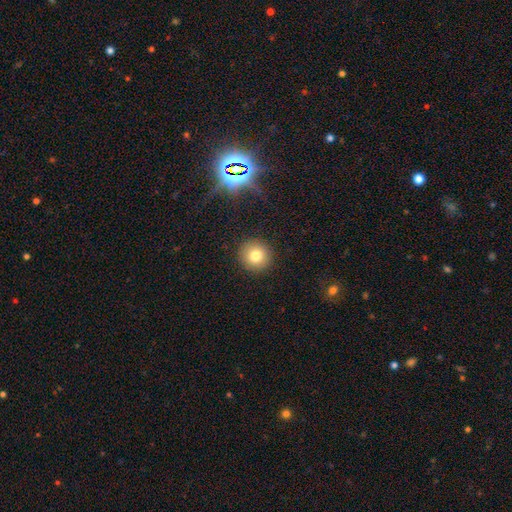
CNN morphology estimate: A smooth galaxy with no disk features (79%) that is round (94%).

Vote fractions:
- Smooth or featured? smooth: 79% / star or artifact: 12% / featured or disk: 9%
- How rounded? round: 94% / in between: 5% / cigar-shaped: 1%
- Merging? none: 91% / minor disturbance: 6% / major disturbance: 2% / merger: 1%